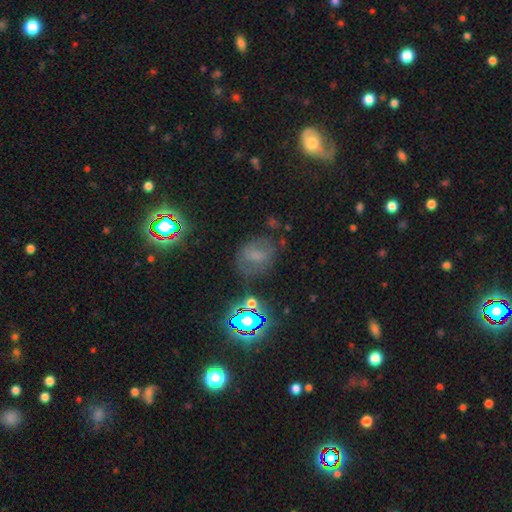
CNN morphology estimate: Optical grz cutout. It shows a smooth galaxy with no disk features (43%). Merging: none (63%).